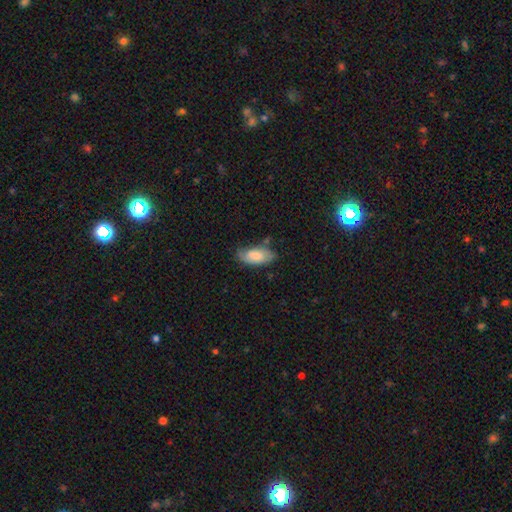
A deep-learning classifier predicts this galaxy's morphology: A smooth galaxy with no disk features (68%) that is in between round and cigar-shaped (91%).

Vote fractions:
- Smooth or featured? smooth: 68% / featured or disk: 25% / star or artifact: 6%
- How rounded? in between: 91% / cigar-shaped: 7% / round: 2%
- Merging? none: 62% / minor disturbance: 28% / major disturbance: 7% / merger: 3%